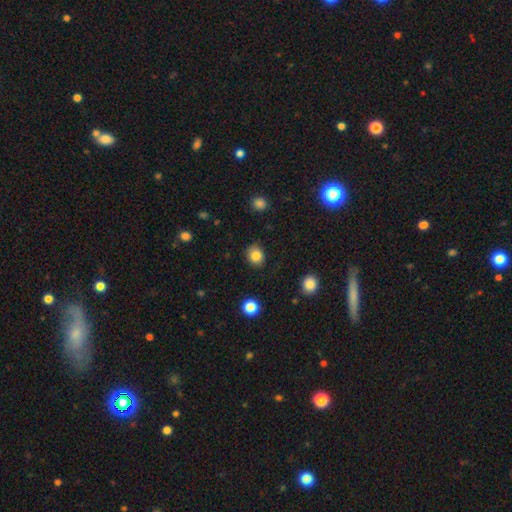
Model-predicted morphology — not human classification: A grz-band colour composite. It shows a smooth galaxy with no disk features (84%) that is round (68%). Merging: none (83%).